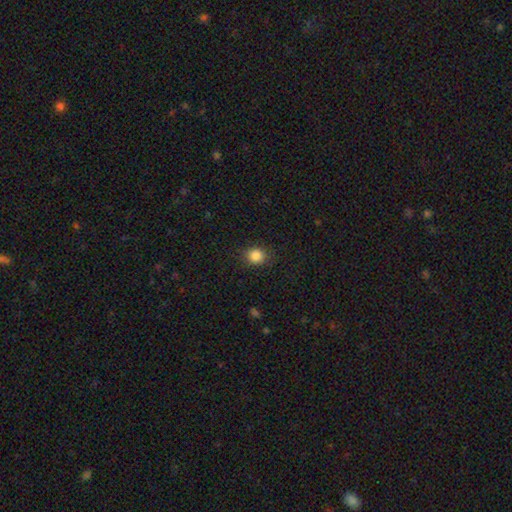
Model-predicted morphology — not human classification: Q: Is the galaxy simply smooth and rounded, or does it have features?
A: smooth — 85%.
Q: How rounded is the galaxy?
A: round — 75%.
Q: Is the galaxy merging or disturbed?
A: none — 87%.